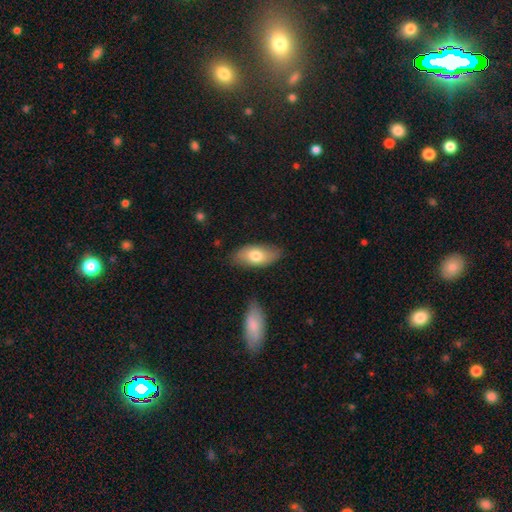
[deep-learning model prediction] Smooth or featured? smooth (72%)
How rounded? in between (92%)
Merging? none (78%)